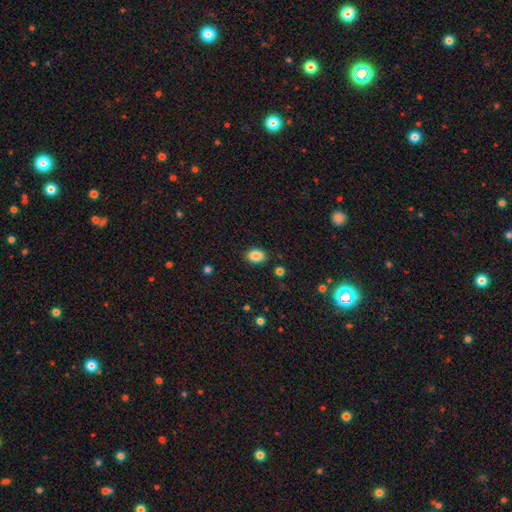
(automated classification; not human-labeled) smooth_or_featured: smooth (p=0.87) [alt: star or artifact p=0.09]
how_rounded: in between (p=0.72) [alt: round p=0.27]
merging: none (p=0.87) [alt: minor disturbance p=0.09]